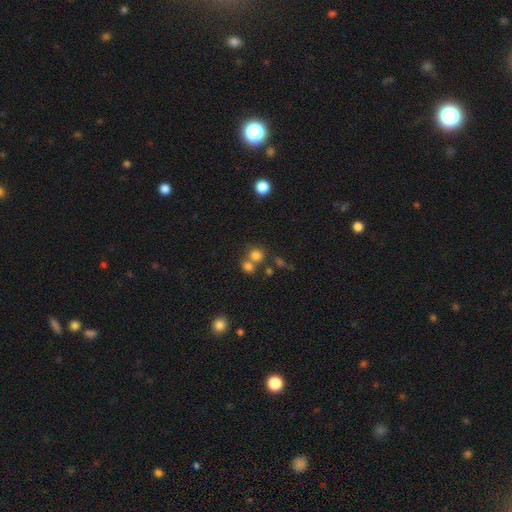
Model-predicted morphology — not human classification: type=smooth (75%); roundness=round (85%); merging=none (53%).